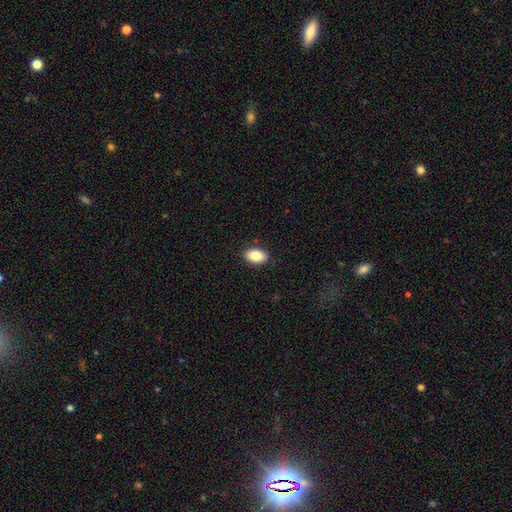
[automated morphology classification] Overall: smooth (85%). How rounded: in between (91%). Merging: none (89%).